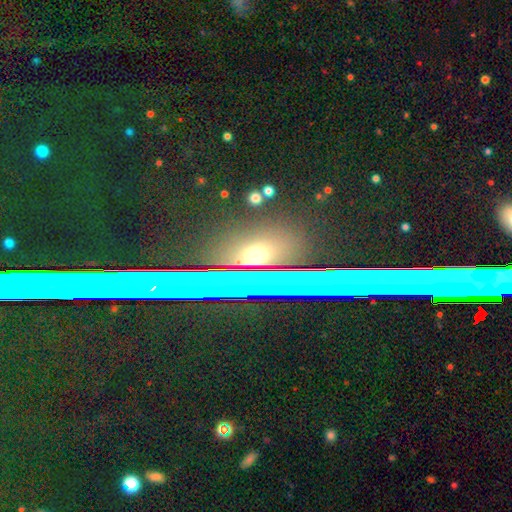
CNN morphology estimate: type=smooth (47%); merging=none (85%).